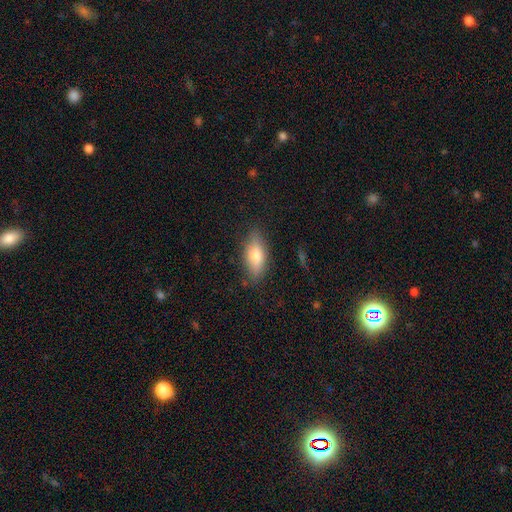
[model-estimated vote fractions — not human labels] Q: Smooth or featured?
A: smooth (65%); runner-up: featured or disk (28%)
Q: How rounded?
A: in between (71%); runner-up: cigar-shaped (25%)
Q: Merging?
A: none (83%); runner-up: minor disturbance (13%)